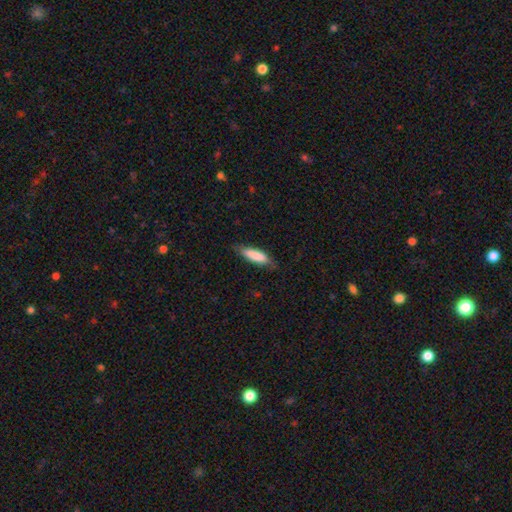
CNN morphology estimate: The model was most divided on "how rounded": cigar-shaped: 61%, in between: 38%, round: 2%. More confident: smooth or featured — smooth (82%); merging — none (77%).